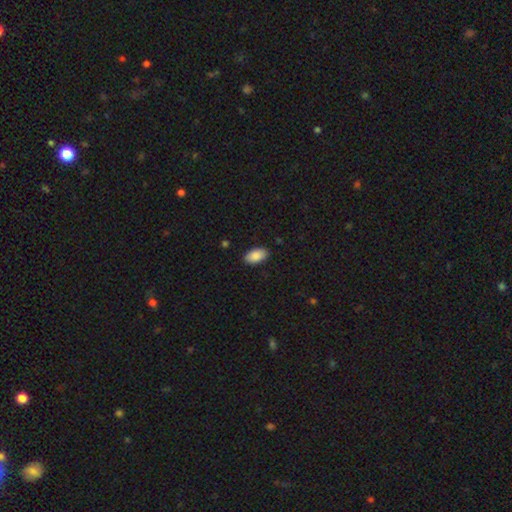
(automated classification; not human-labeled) The model was most divided on "merging": none: 88%, minor disturbance: 9%, major disturbance: 2%, merger: 1%. More confident: how rounded — in between (95%); smooth or featured — smooth (89%).